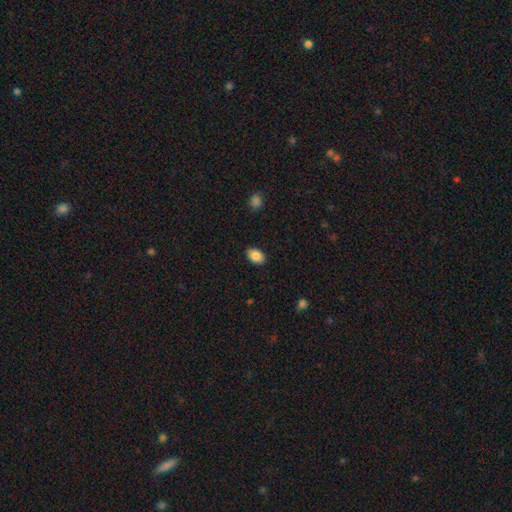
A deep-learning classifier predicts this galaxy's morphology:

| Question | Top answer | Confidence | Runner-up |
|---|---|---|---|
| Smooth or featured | smooth | 88% | star or artifact (8%) |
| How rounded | in between | 87% | round (12%) |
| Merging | none | 89% | minor disturbance (8%) |